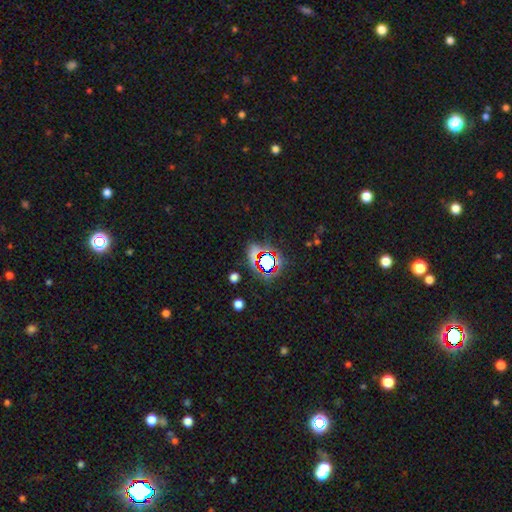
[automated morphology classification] smooth-or-featured: star or artifact: 63% | smooth: 27% | featured or disk: 10%